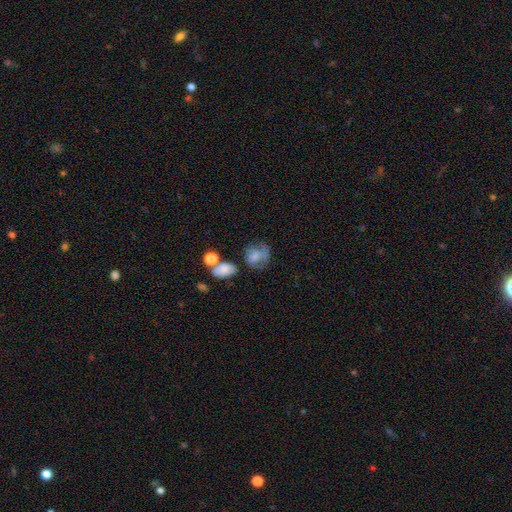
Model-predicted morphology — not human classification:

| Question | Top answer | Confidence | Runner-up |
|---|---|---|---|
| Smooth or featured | smooth | 65% | featured or disk (25%) |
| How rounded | round | 52% | in between (47%) |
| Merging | none | 38% | minor disturbance (26%) |